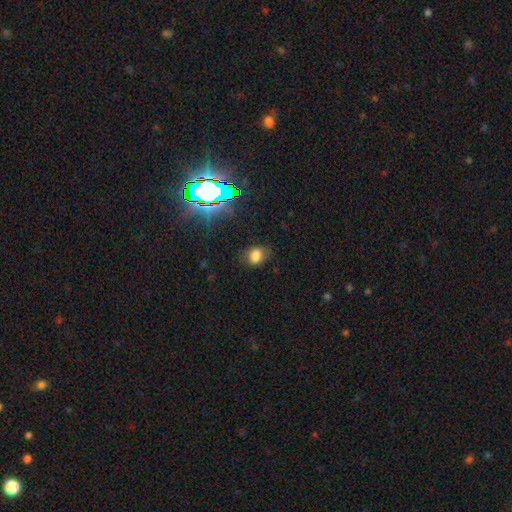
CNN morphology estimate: Smooth or featured: smooth — 75% (star or artifact — 16%)
How rounded: in between — 49% (tied with round — 49%)
Merging: none — 71% (minor disturbance — 21%)